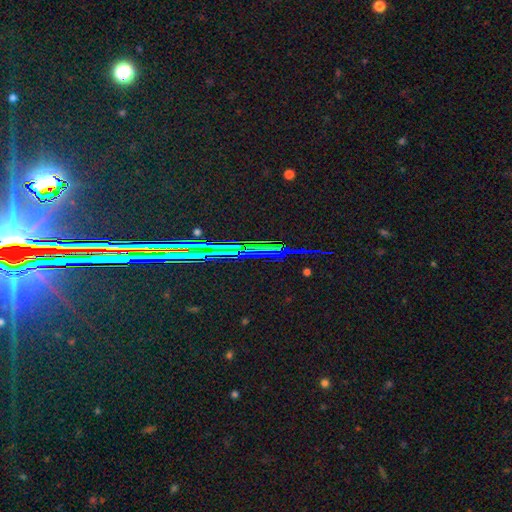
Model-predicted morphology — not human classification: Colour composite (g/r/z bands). It shows a star or artifact, not a galaxy (82%).